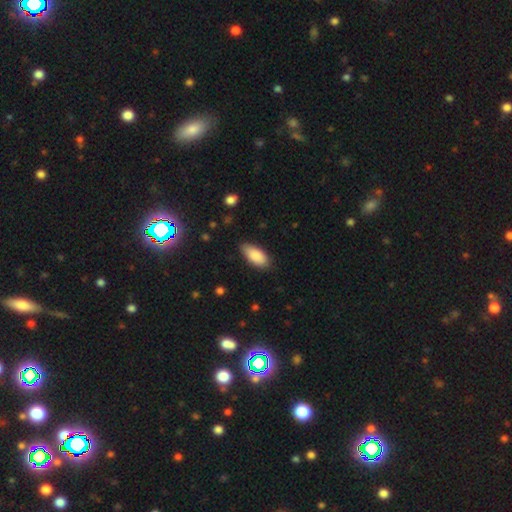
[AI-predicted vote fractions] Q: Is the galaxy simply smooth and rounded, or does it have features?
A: smooth — 87%.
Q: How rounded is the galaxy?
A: in between — 90%.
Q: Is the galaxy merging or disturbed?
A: none — 81%.